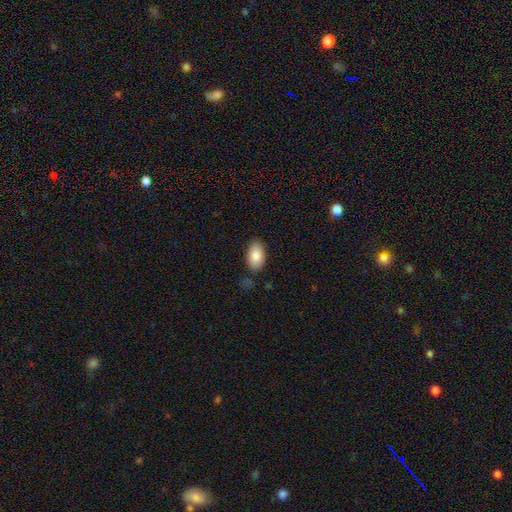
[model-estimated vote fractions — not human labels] smooth 85%, featured or disk 8%, star or artifact 6%. Down the decision tree: how rounded — in between (94%); merging — none (83%).